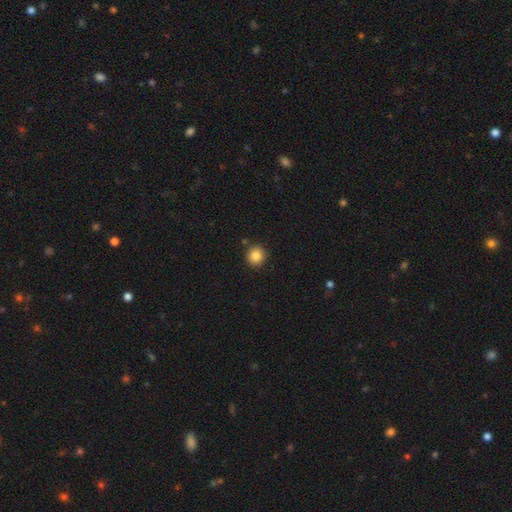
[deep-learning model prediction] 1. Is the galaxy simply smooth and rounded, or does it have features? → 85% smooth, 10% star or artifact, 5% featured or disk.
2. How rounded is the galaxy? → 93% round, 6% in between, 1% cigar-shaped.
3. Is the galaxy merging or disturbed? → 88% none, 7% minor disturbance, 3% merger, 2% major disturbance.